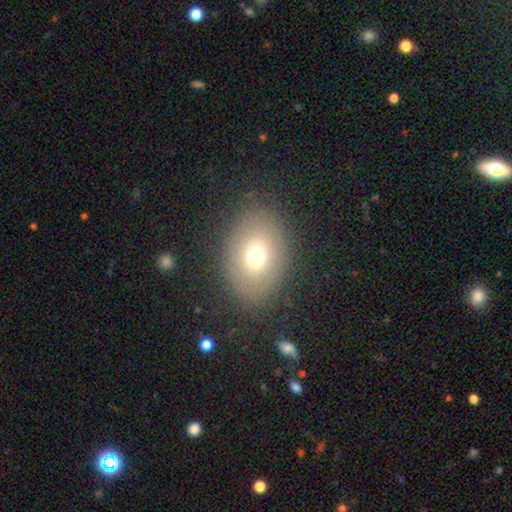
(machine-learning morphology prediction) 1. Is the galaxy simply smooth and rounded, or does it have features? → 68% smooth, 16% star or artifact, 16% featured or disk.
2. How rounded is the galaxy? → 59% in between, 40% round, 1% cigar-shaped.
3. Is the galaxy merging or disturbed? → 82% none, 10% minor disturbance, 6% major disturbance, 1% merger.